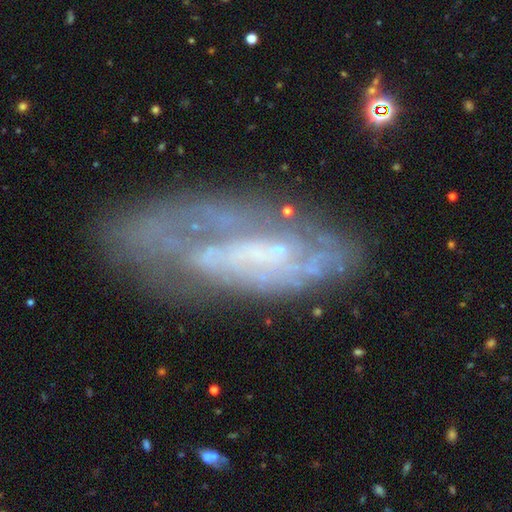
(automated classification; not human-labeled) Q: Smooth or featured?
A: featured or disk (67%); runner-up: smooth (23%)
Q: Edge-on disk?
A: no (84%); runner-up: yes (16%)
Q: Bar?
A: no (57%); runner-up: weak (29%)
Q: Spiral arms?
A: yes (53%); runner-up: no (47%)
Q: Bulge size?
A: none (48%); runner-up: small (34%)
Q: Merging?
A: none (51%); runner-up: minor disturbance (25%)